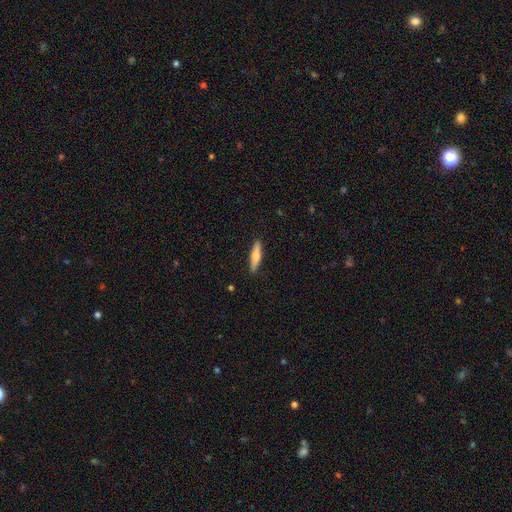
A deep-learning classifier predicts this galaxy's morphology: A smooth galaxy with no disk features (58%) that is cigar-shaped (78%). Merging: none (90%).